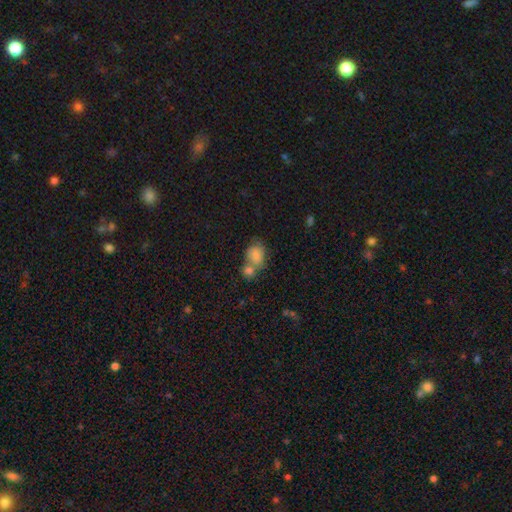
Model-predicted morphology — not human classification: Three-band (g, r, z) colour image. It shows a smooth galaxy with no disk features (82%) that is in between round and cigar-shaped (63%). Merging: merger (50%).